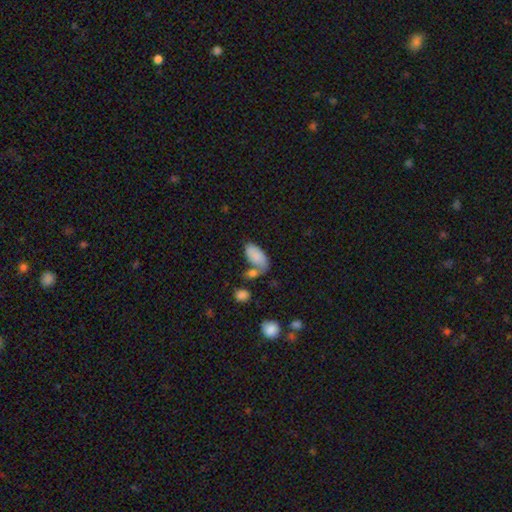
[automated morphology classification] This appears to be a smooth galaxy with no disk features (81%) that is in between round and cigar-shaped (94%). Merging: none (37%).